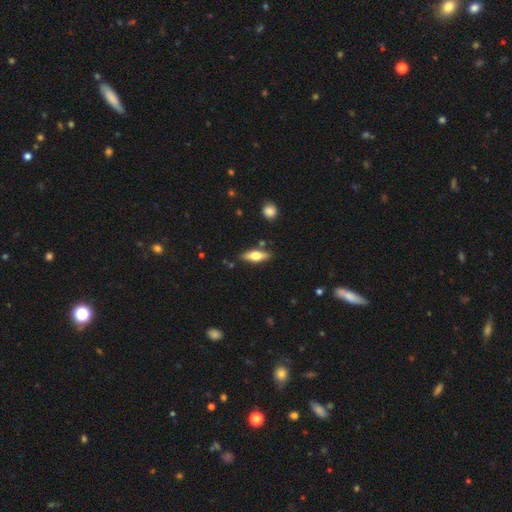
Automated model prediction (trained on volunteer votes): smooth 57%, featured or disk 37%, star or artifact 6%. Down the decision tree: how rounded — in between (59%); merging — none (82%).